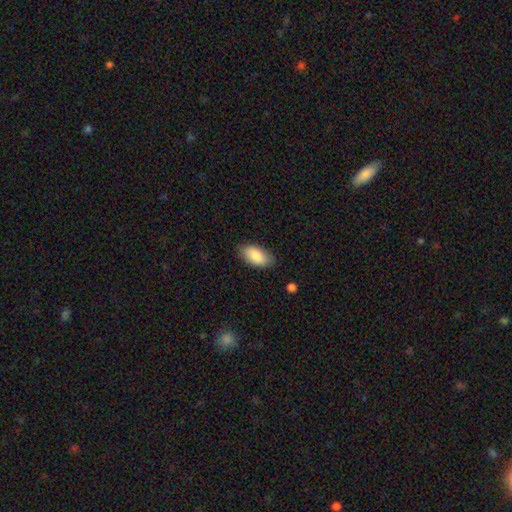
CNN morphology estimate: smooth 87%, featured or disk 7%, star or artifact 6%. Down the decision tree: how rounded — in between (94%); merging — none (82%).